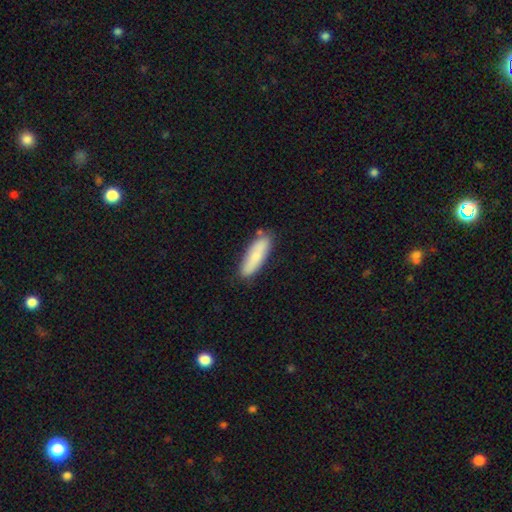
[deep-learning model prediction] Q: Smooth or featured?
A: smooth (73%); runner-up: featured or disk (21%)
Q: How rounded?
A: cigar-shaped (52%); runner-up: in between (46%)
Q: Merging?
A: none (80%); runner-up: minor disturbance (14%)